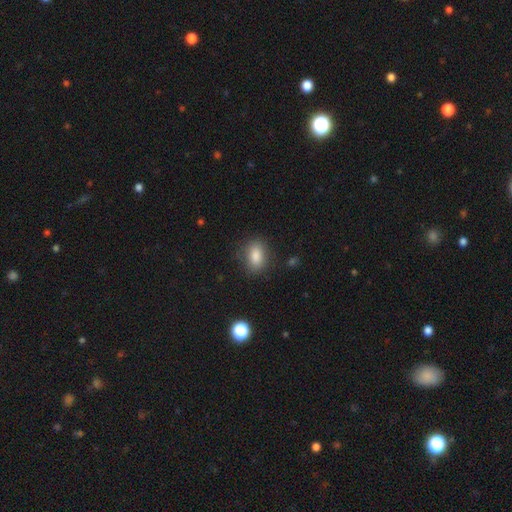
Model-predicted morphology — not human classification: This appears to be a smooth galaxy with no disk features (84%) that is in between round and cigar-shaped (82%). Merging: none (83%).